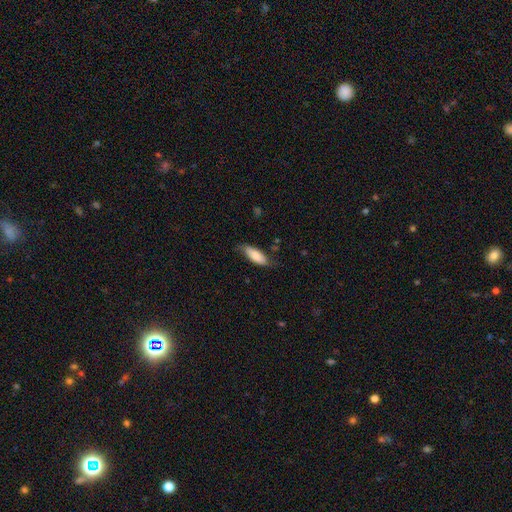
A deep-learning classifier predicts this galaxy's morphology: Smooth or featured? Predicted: smooth (p=0.82). How rounded? Predicted: in between (p=0.69). Merging? Predicted: none (p=0.69).